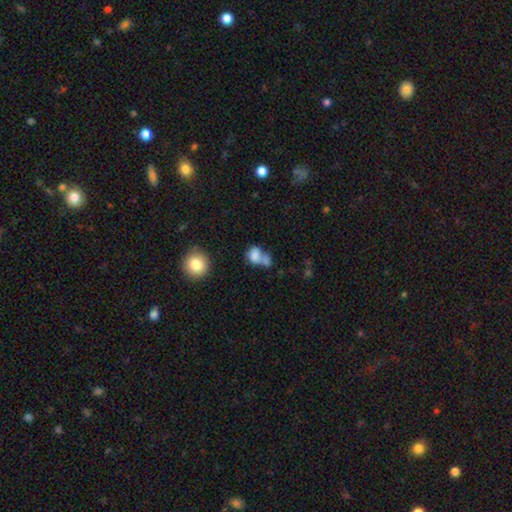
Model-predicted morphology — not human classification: A smooth galaxy with no disk features (75%) that is in between round and cigar-shaped (60%). Merging: merger (55%).